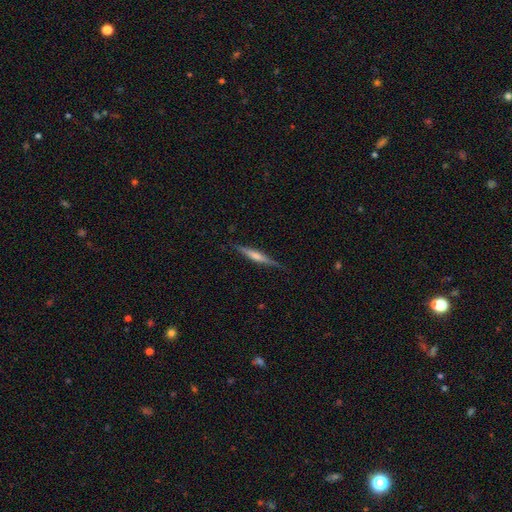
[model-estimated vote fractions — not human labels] Smooth or featured? featured or disk (72%)
Edge-on disk? yes (98%)
Edge-on bulge? rounded (72%)
Merging? none (87%)